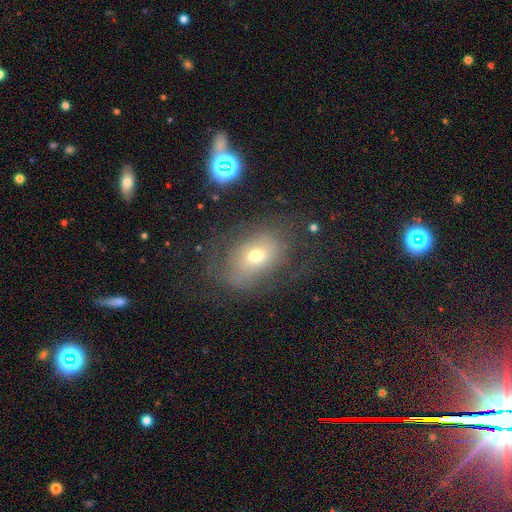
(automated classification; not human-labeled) Smooth or featured? Predicted: smooth (p=0.55). How rounded? Predicted: in between (p=0.68). Merging? Predicted: none (p=0.57).